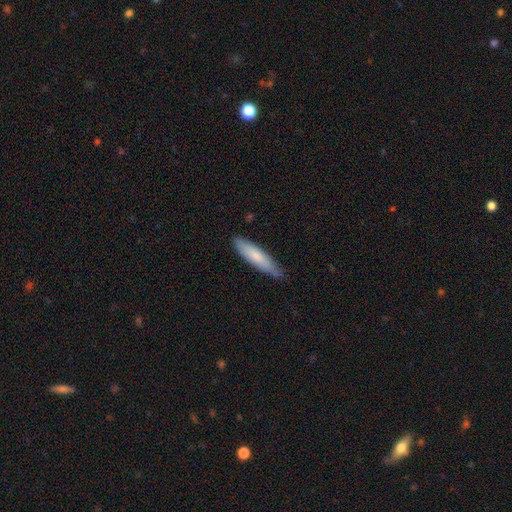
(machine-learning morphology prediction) type=smooth (77%); roundness=cigar-shaped (76%); merging=none (76%).